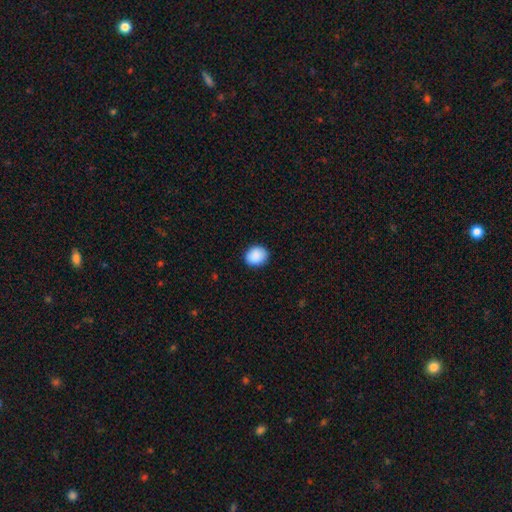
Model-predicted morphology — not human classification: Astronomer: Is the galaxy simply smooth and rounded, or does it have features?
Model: smooth — 90%.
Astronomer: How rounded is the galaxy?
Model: round — 69%.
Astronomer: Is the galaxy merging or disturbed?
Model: none — 89%.